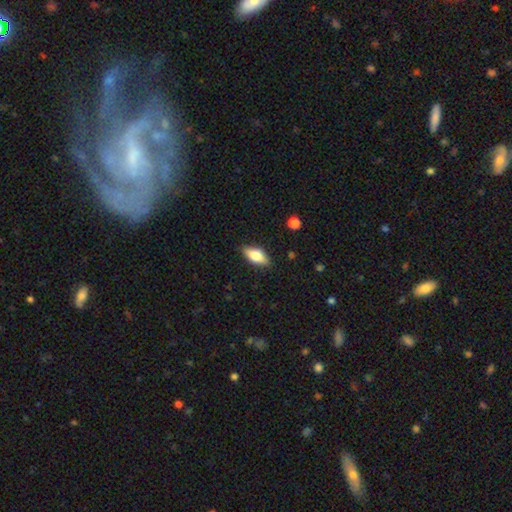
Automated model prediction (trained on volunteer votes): smooth_or_featured: smooth (p=0.72) [alt: featured or disk p=0.21]
how_rounded: in between (p=0.83) [alt: cigar-shaped p=0.13]
merging: none (p=0.86) [alt: minor disturbance p=0.11]